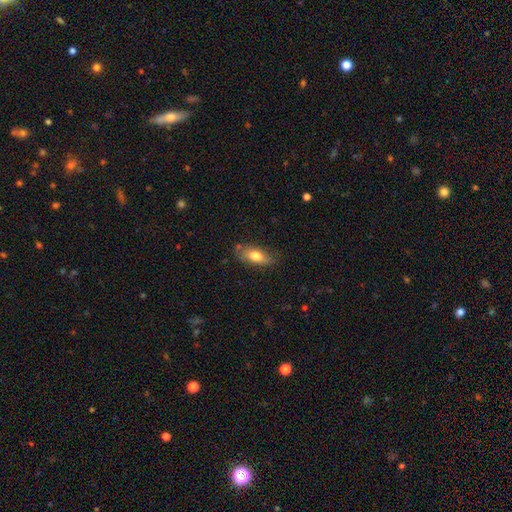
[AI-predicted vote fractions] Overall: smooth (74%). How rounded: in between (80%). Merging: none (70%).